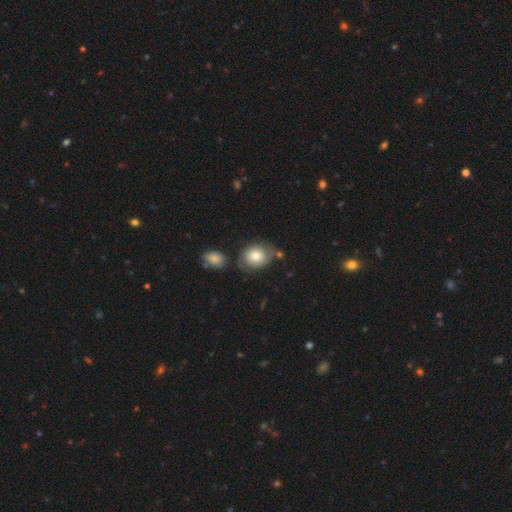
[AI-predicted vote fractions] This appears to be a smooth galaxy with no disk features (74%) that is round (55%). Merging: none (61%).